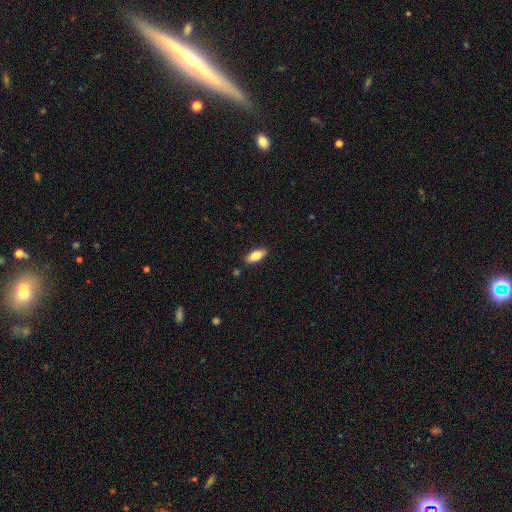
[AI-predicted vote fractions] Smooth or featured?
  - smooth: 74% *
  - featured or disk: 19%
  - star or artifact: 6%
How rounded?
  - in between: 80% *
  - cigar-shaped: 18%
  - round: 2%
Merging?
  - none: 88% *
  - minor disturbance: 8%
  - major disturbance: 2%
  - merger: 1%